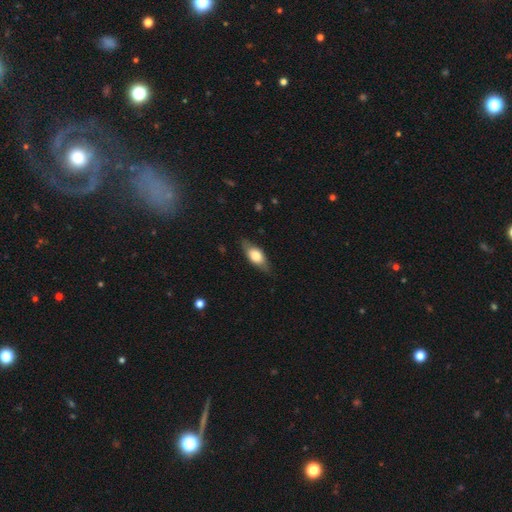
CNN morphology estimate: Overall: smooth (60%; featured or disk 33%). How rounded: in between (77%). Merging: none (78%).